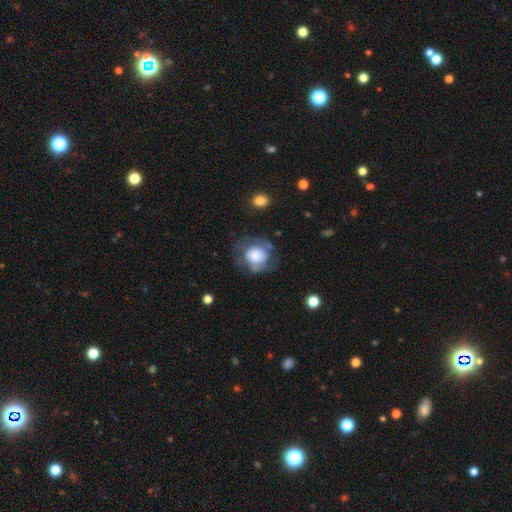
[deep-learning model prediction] Q: Smooth or featured?
A: smooth (59%); runner-up: featured or disk (33%)
Q: How rounded?
A: round (75%); runner-up: in between (24%)
Q: Merging?
A: none (57%); runner-up: minor disturbance (23%)